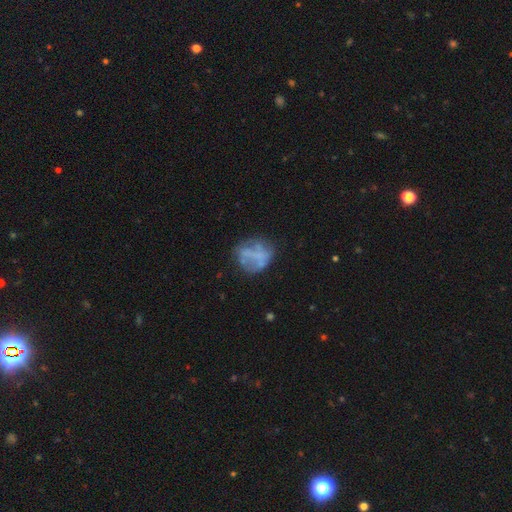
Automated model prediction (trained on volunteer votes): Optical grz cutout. It shows a featured or disk galaxy (50%). Merging: none (55%).